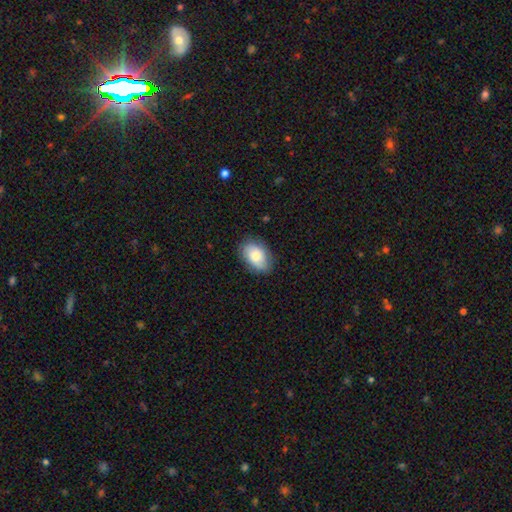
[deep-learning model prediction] This is likely a smooth galaxy (79%). How rounded: clearly in between (86%). Merging: clearly none (81%).